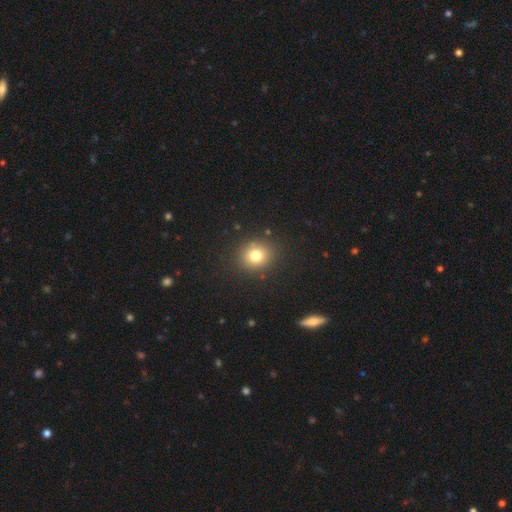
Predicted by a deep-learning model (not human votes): A smooth galaxy with no disk features (77%) that is round (79%). Merging: none (88%).